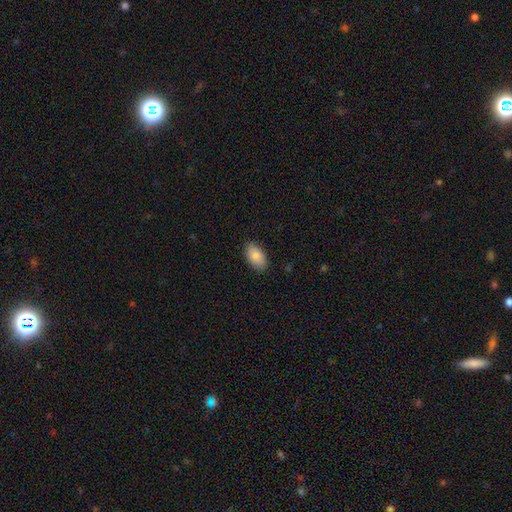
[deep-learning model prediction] smooth-or-featured: smooth: 86% | featured or disk: 8% | star or artifact: 6%
  how-rounded: in between: 94% | round: 4% | cigar-shaped: 2%
  merging: none: 86% | minor disturbance: 11% | major disturbance: 2% | merger: 1%